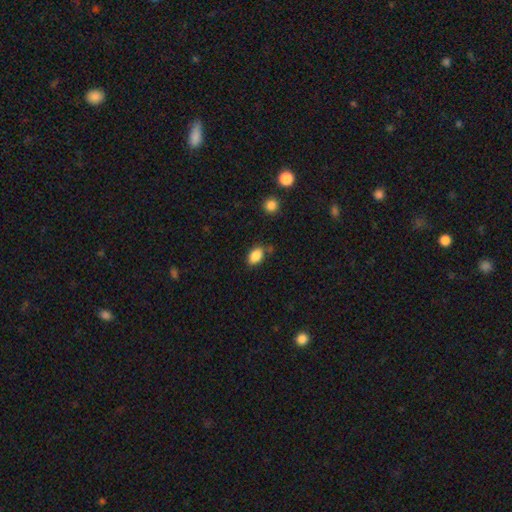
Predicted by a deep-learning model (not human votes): This is clearly a smooth galaxy (86%). How rounded: clearly in between (86%). Merging: likely none (74%).